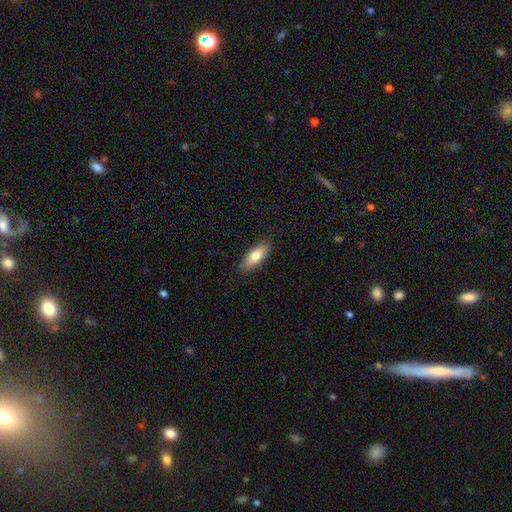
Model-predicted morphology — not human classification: Q: Smooth or featured?
A: smooth (78%); runner-up: featured or disk (16%)
Q: How rounded?
A: in between (79%); runner-up: cigar-shaped (19%)
Q: Merging?
A: none (87%); runner-up: minor disturbance (10%)